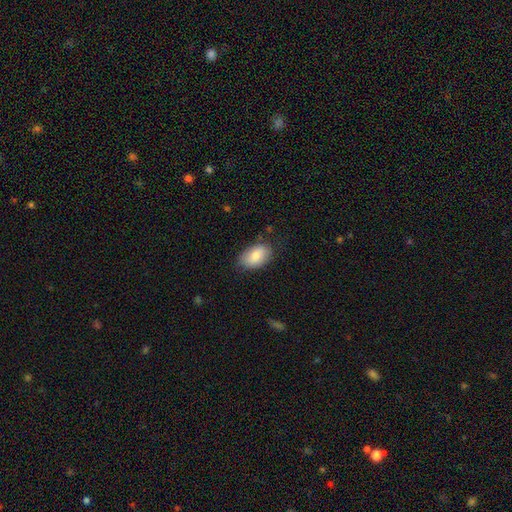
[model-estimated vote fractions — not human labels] This is clearly a smooth galaxy (81%). How rounded: clearly in between (91%). Merging: likely none (77%).